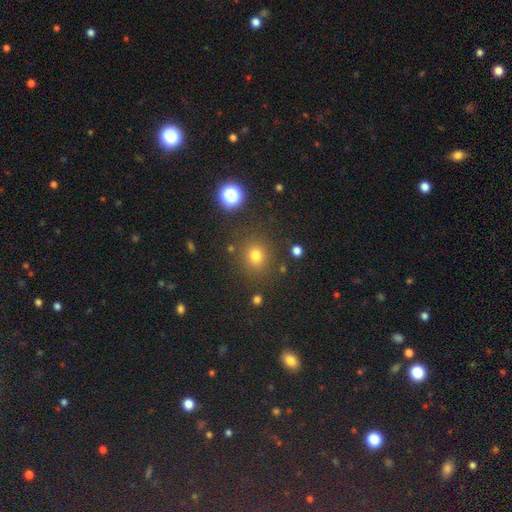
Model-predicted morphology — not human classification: smooth_or_featured: smooth (p=0.74) [alt: star or artifact p=0.19]
how_rounded: round (p=0.84) [alt: in between p=0.15]
merging: none (p=0.84) [alt: minor disturbance p=0.09]